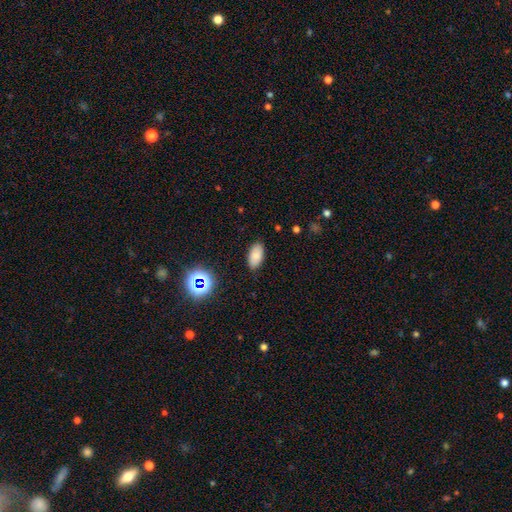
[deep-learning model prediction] A smooth galaxy with no disk features (81%) that is in between round and cigar-shaped (94%). Merging: none (87%).